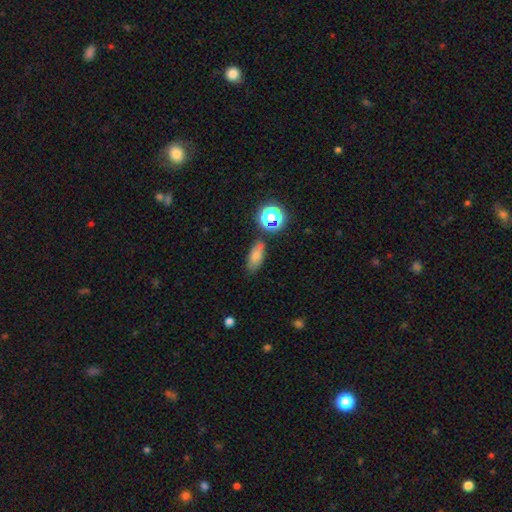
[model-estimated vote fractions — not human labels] smooth_or_featured: smooth (p=0.71) [alt: star or artifact p=0.18]
how_rounded: in between (p=0.78) [alt: cigar-shaped p=0.11]
merging: none (p=0.67) [alt: minor disturbance p=0.17]